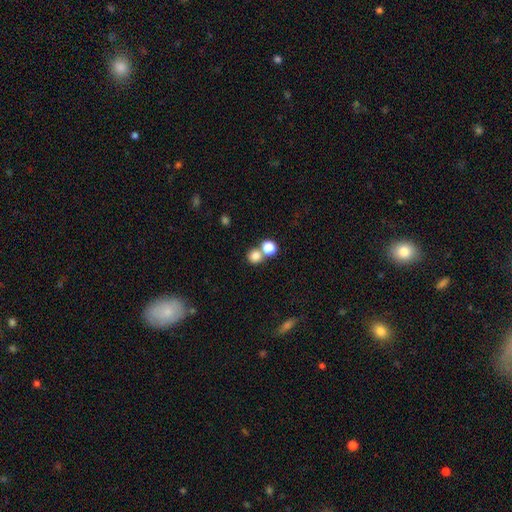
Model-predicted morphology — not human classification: The model was most divided on "merging": none: 58%, merger: 33%, minor disturbance: 7%, major disturbance: 3%. More confident: how rounded — round (89%); smooth or featured — smooth (80%).